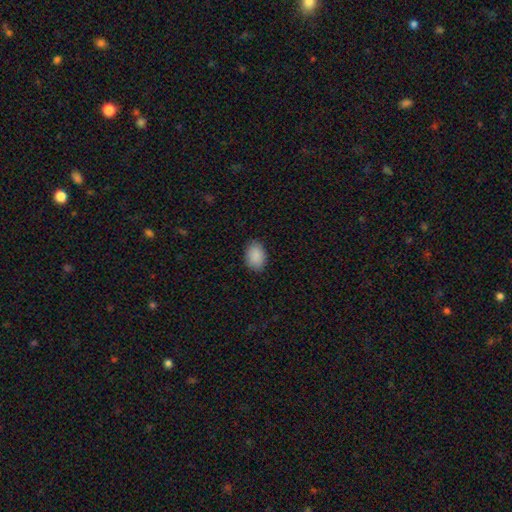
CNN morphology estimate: Smooth or featured: smooth — 90% (star or artifact — 7%)
How rounded: in between — 77% (round — 22%)
Merging: none — 87% (minor disturbance — 10%)